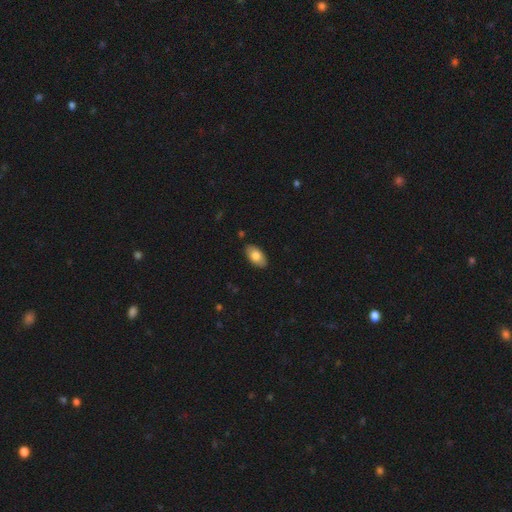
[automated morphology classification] A smooth galaxy with no disk features (79%) that is in between round and cigar-shaped (94%).

Vote fractions:
- Smooth or featured? smooth: 79% / featured or disk: 15% / star or artifact: 6%
- How rounded? in between: 94% / round: 4% / cigar-shaped: 2%
- Merging? none: 87% / minor disturbance: 10% / major disturbance: 2% / merger: 1%